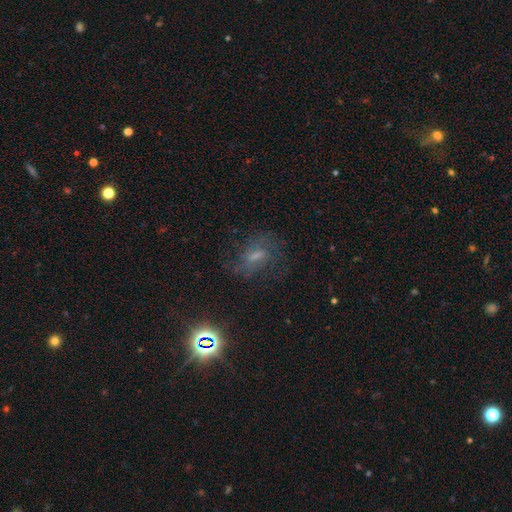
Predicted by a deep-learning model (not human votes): Smooth or featured: featured or disk — 44% (smooth — 32%)
Merging: none — 62% (minor disturbance — 19%)